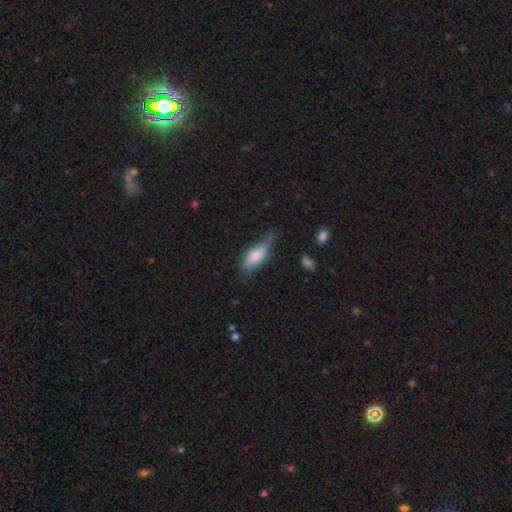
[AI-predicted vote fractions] Smooth or featured? Predicted: smooth (p=0.70). How rounded? Predicted: in between (p=0.69). Merging? Predicted: none (p=0.44).